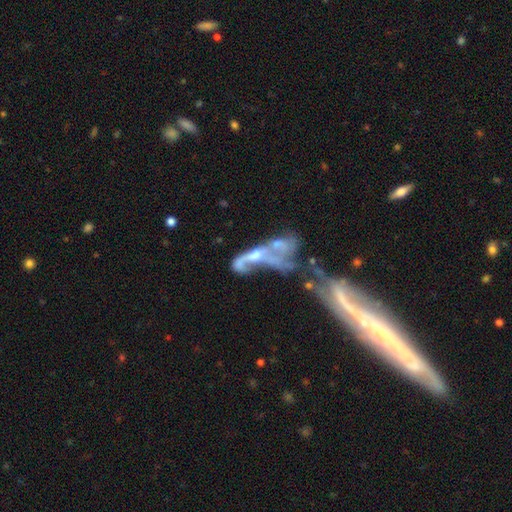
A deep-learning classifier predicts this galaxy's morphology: featured or disk 64%, smooth 23%, star or artifact 13%. Down the decision tree: edge-on disk — no (88%); bar — no (73%); spiral arms — no (64%); bulge size — none (43%); merging — merger (67%).